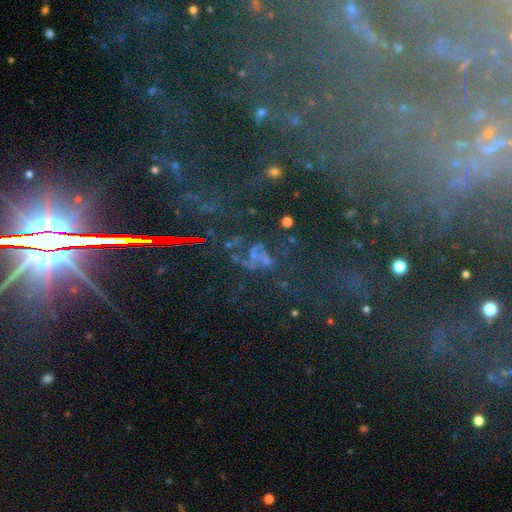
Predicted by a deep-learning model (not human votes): Smooth or featured? Predicted: star or artifact (p=0.44).